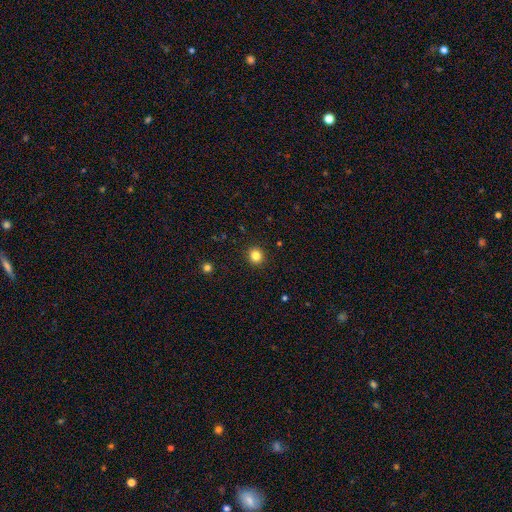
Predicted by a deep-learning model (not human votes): Smooth or featured? Predicted: smooth (p=0.83). How rounded? Predicted: round (p=0.89). Merging? Predicted: none (p=0.92).